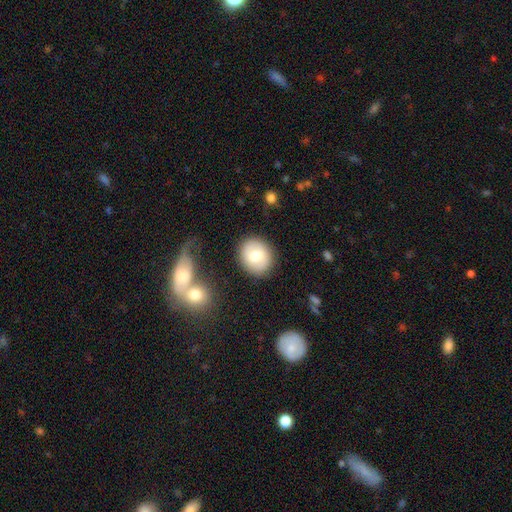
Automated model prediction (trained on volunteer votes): smooth-or-featured: smooth: 69% | featured or disk: 23% | star or artifact: 8%
  how-rounded: round: 77% | in between: 22% | cigar-shaped: 1%
  merging: none: 84% | minor disturbance: 9% | merger: 4% | major disturbance: 3%